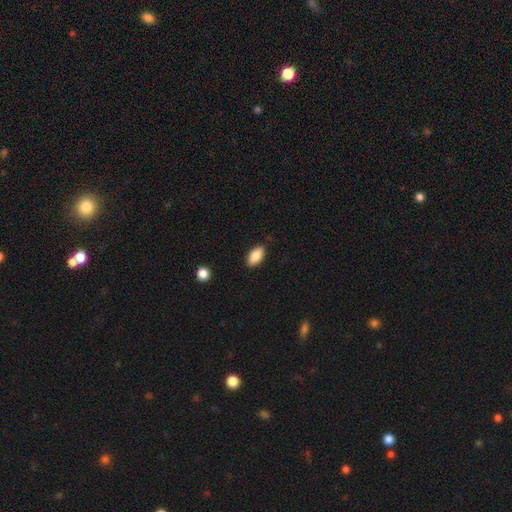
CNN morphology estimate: Smooth or featured? Predicted: smooth (p=0.86). How rounded? Predicted: in between (p=0.92). Merging? Predicted: none (p=0.87).